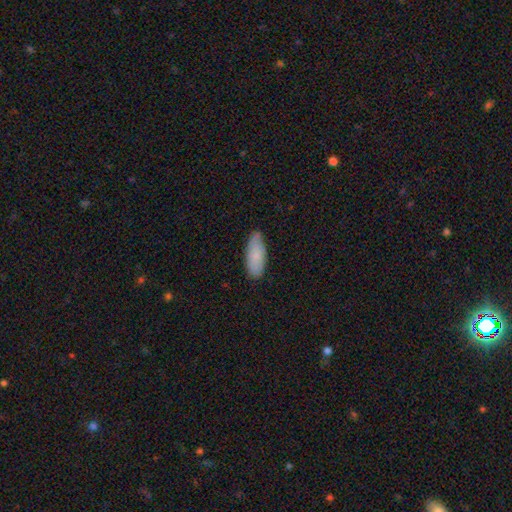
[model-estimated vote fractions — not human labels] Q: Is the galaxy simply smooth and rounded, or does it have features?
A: smooth — 79%.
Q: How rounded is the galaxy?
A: in between — 79%.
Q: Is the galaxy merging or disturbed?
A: none — 73%.